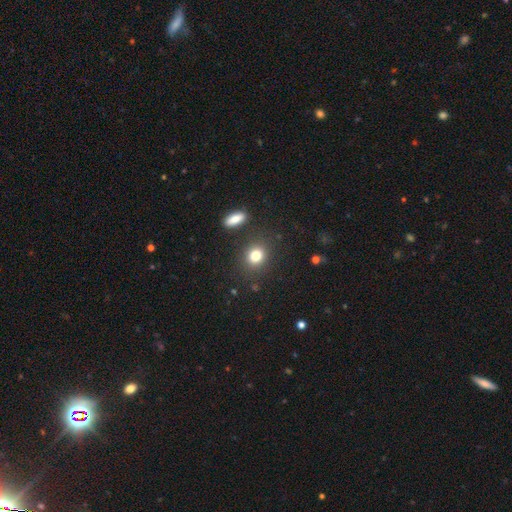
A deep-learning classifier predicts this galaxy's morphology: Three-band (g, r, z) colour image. It shows a smooth galaxy with no disk features (82%) that is round (65%). Merging: none (84%).